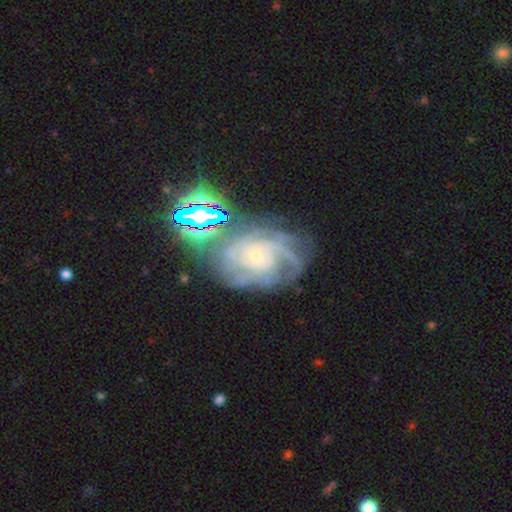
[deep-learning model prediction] A featured or disk galaxy (82%) with no bar (71%), tight (60%) spiral arms (96%) and a small central bulge (80%).

Vote fractions:
- Smooth or featured? featured or disk: 82% / star or artifact: 11% / smooth: 7%
- Edge-on disk? no: 97% / yes: 3%
- Bar? no: 71% / weak: 23% / strong: 6%
- Spiral arms? yes: 96% / no: 4%
- Spiral winding? tight: 60% / medium: 32% / loose: 8%
- Spiral arm count? can't tell: 29% / 4: 20% / 3: 20% / 2: 13% / more than 4: 11% / 1: 7%
- Bulge size? small: 80% / moderate: 13% / none: 4% / large: 2% / dominant: 1%
- Merging? none: 55% / minor disturbance: 21% / major disturbance: 15% / merger: 9%